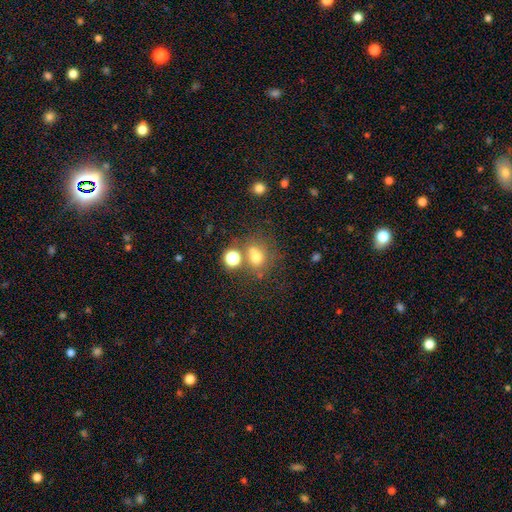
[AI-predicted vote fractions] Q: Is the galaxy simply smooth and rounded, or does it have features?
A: smooth — 67%.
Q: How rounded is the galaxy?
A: round — 66%.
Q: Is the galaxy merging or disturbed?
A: none — 51%.